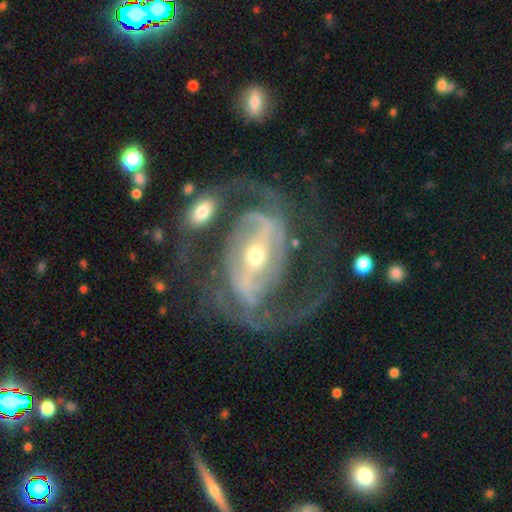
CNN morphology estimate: Overall: featured or disk (90%). Edge-on disk: no (96%). Bar: strong (62%; weak 25%). Spiral arms: yes (93%). Spiral arm count: 2 (80%). Spiral winding: medium (51%; loose 27%). Bulge size: small (54%; moderate 41%). Merging: none (54%; major disturbance 21%).